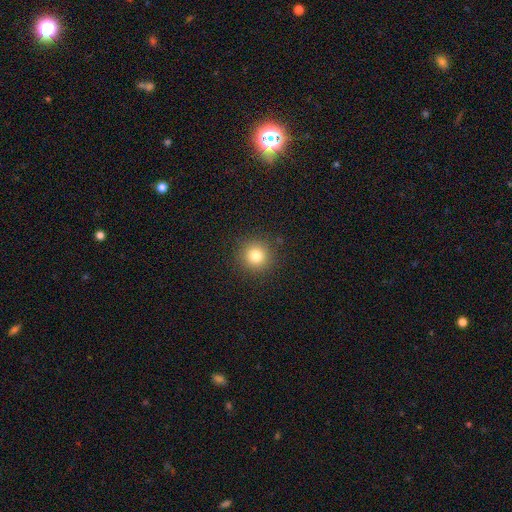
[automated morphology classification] Smooth or featured? smooth (81%)
How rounded? round (95%)
Merging? none (90%)